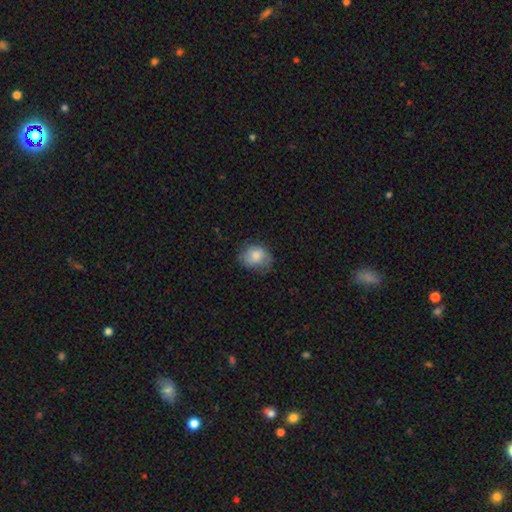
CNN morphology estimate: Smooth or featured? Predicted: smooth (p=0.73). How rounded? Predicted: in between (p=0.50). Merging? Predicted: none (p=0.57).